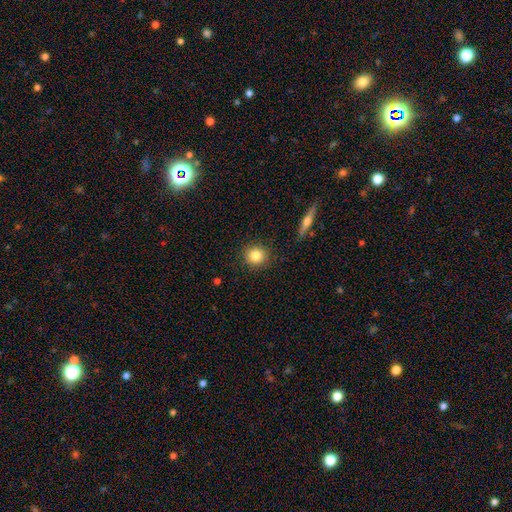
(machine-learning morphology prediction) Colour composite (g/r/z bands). It shows a smooth galaxy with no disk features (82%) that is round (90%). Merging: none (90%).